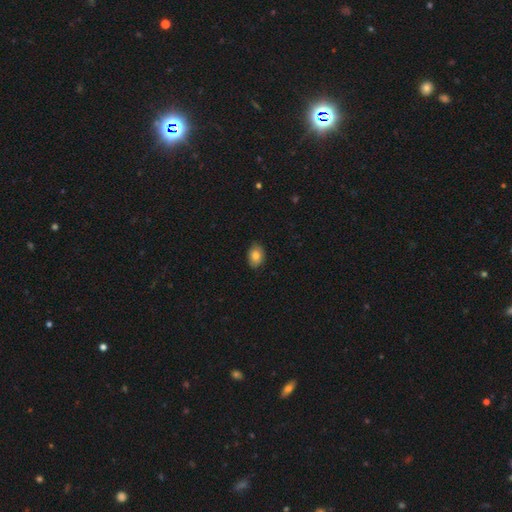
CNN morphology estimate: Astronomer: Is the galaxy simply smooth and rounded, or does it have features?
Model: smooth — 81%.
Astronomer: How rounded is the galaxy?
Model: in between — 71%.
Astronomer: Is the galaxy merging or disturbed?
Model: none — 86%.